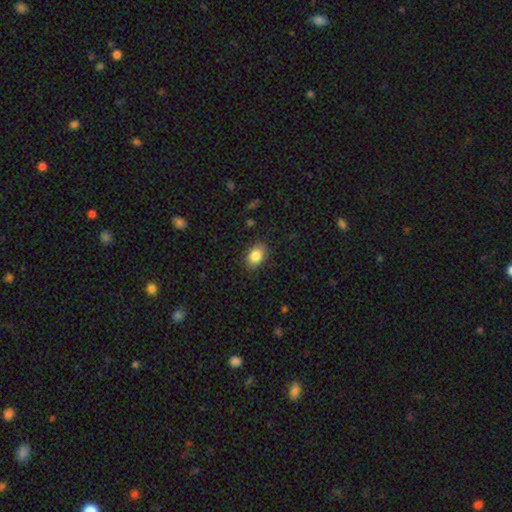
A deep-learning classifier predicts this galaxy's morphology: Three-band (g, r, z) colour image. It shows a smooth galaxy with no disk features (85%) that is in between round and cigar-shaped (78%). Merging: none (86%).